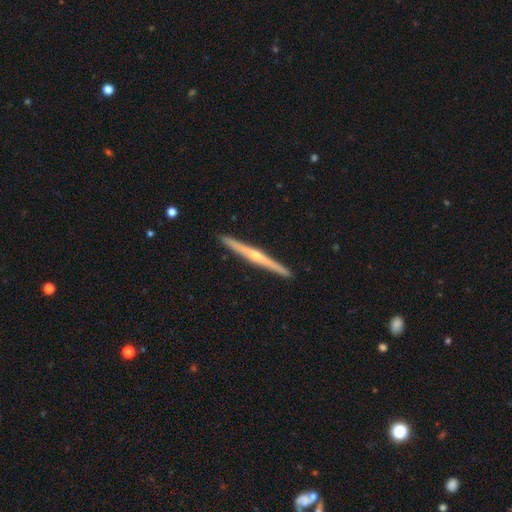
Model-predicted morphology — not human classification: type=featured or disk (80%); edge-on=yes (98%); edge-on bulge=rounded (83%); merging=none (93%).